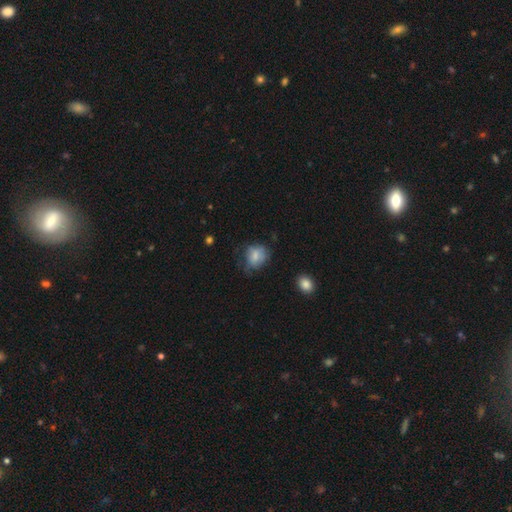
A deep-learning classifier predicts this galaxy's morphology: Smooth or featured?
  - smooth: 73% *
  - featured or disk: 18%
  - star or artifact: 9%
How rounded?
  - round: 53% *
  - in between: 46%
  - cigar-shaped: 1%
Merging?
  - none: 49% *
  - minor disturbance: 33%
  - major disturbance: 16%
  - merger: 2%